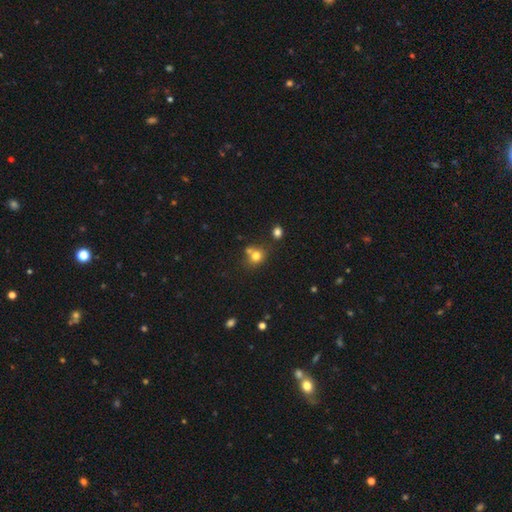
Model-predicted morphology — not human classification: Q: Smooth or featured?
A: smooth (77%); runner-up: star or artifact (14%)
Q: How rounded?
A: round (78%); runner-up: in between (21%)
Q: Merging?
A: none (57%); runner-up: merger (26%)